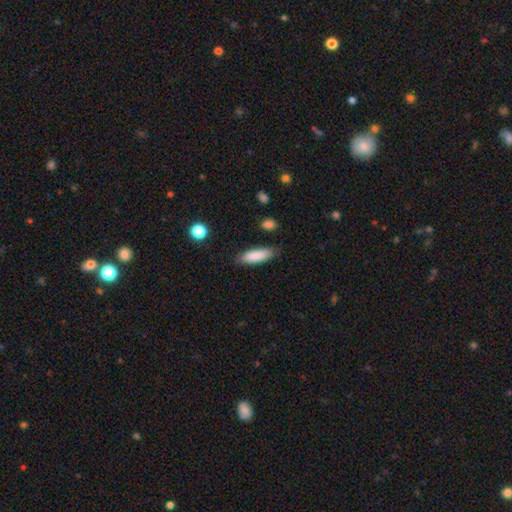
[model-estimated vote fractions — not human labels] Smooth or featured? Predicted: smooth (p=0.86). How rounded? Predicted: cigar-shaped (p=0.55). Merging? Predicted: none (p=0.85).